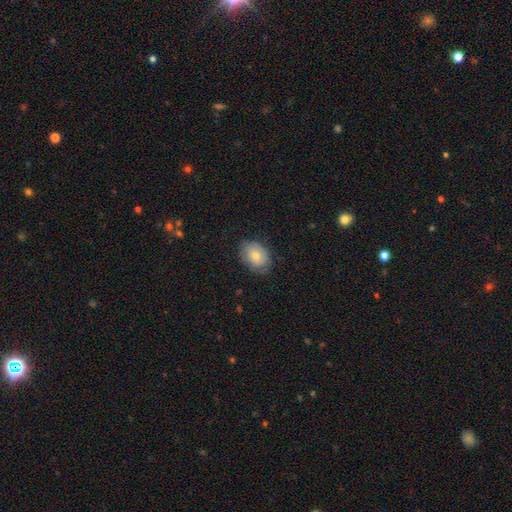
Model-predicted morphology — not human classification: type=smooth (63%); roundness=in between (73%); merging=none (77%).